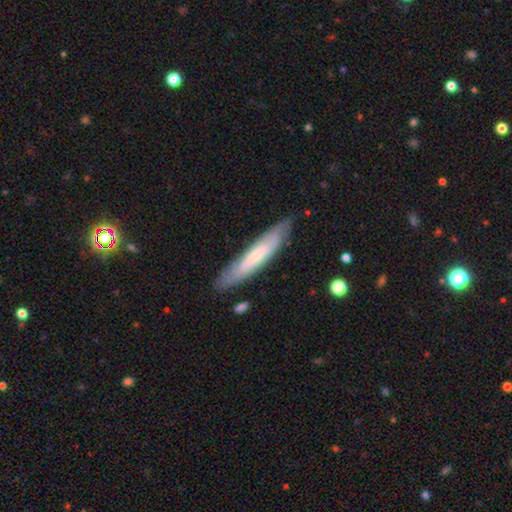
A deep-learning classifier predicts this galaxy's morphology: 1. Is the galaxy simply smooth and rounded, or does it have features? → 55% smooth, 39% featured or disk, 6% star or artifact.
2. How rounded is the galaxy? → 85% cigar-shaped, 14% in between, 1% round.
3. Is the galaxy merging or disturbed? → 79% none, 16% minor disturbance, 3% major disturbance, 2% merger.